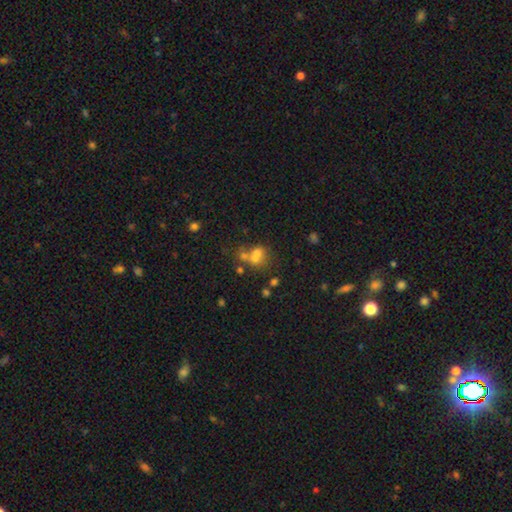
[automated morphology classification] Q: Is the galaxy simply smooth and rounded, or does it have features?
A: smooth — 57%.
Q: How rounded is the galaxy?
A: round — 57%.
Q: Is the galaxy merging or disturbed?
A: merger — 53%.